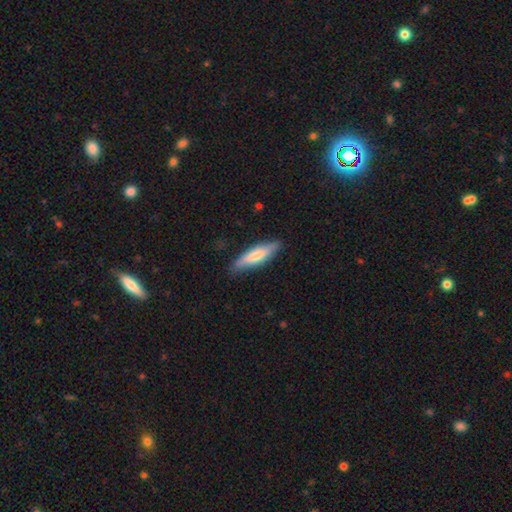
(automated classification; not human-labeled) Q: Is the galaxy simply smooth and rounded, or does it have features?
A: smooth — 64%.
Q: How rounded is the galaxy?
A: cigar-shaped — 65%.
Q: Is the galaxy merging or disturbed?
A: none — 83%.